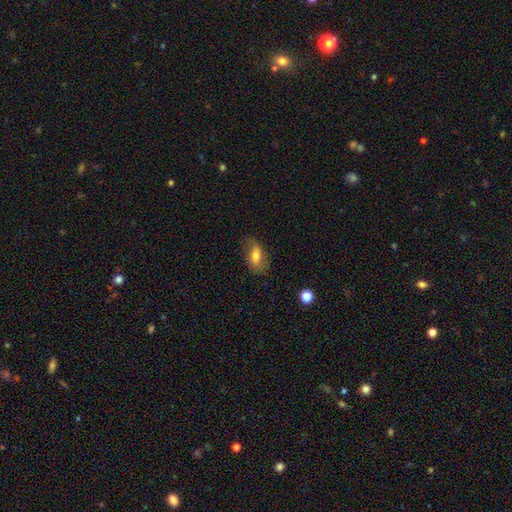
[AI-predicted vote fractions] smooth 66%, featured or disk 26%, star or artifact 8%. Down the decision tree: how rounded — in between (85%); merging — none (70%).